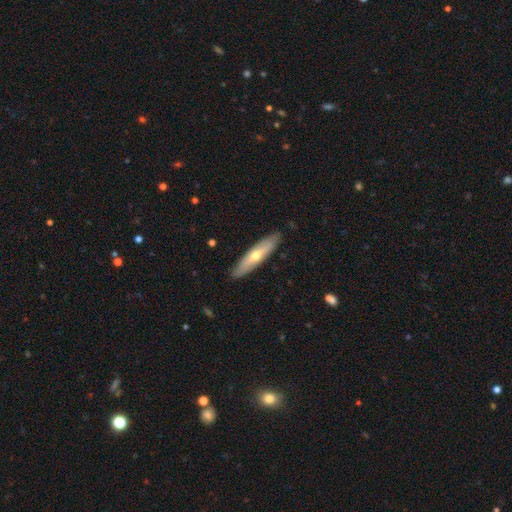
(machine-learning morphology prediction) A featured or disk galaxy (50%) viewed edge-on (71%). Merging: none (88%).